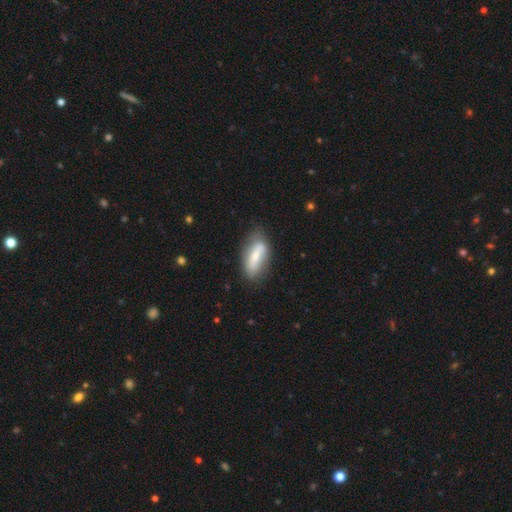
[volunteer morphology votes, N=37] Overall: smooth (65%; featured or disk 32%). How rounded: in between (92%). Merging: none (58%; minor disturbance 28%).